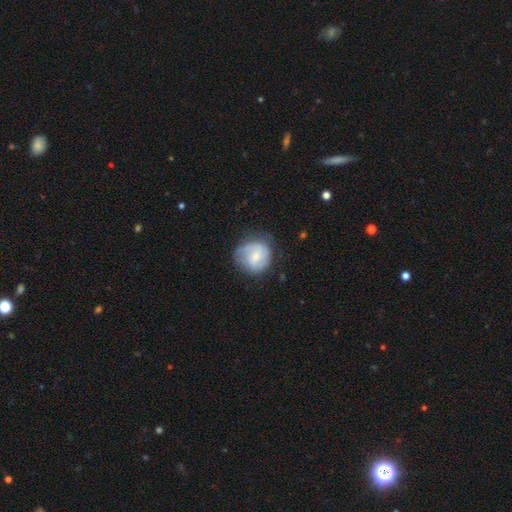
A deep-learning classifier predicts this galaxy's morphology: Smooth or featured?
  - featured or disk: 50% *
  - smooth: 43%
  - star or artifact: 6%
Edge-on disk?
  - no: 98% *
  - yes: 2%
Merging?
  - none: 63% *
  - minor disturbance: 25%
  - major disturbance: 11%
  - merger: 2%